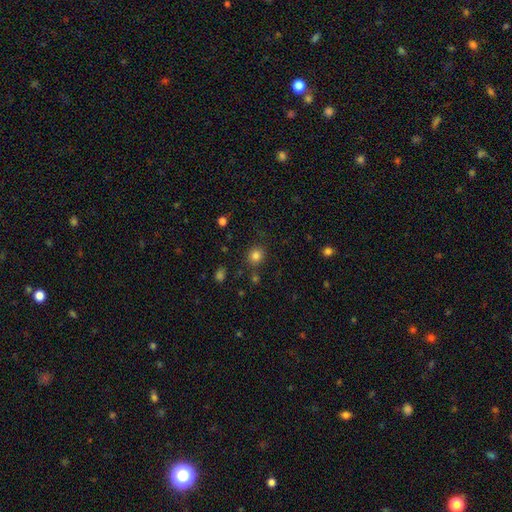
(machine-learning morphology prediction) smooth 82%, star or artifact 13%, featured or disk 5%. Down the decision tree: how rounded — round (81%); merging — none (82%).